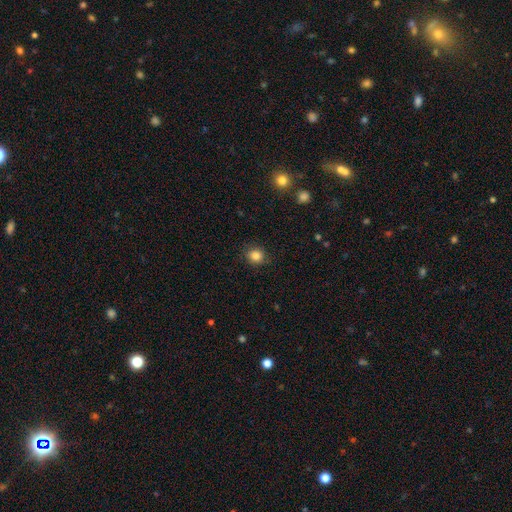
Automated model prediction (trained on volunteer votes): Smooth or featured?
  - smooth: 84% *
  - star or artifact: 11%
  - featured or disk: 5%
How rounded?
  - round: 83% *
  - in between: 16%
  - cigar-shaped: 1%
Merging?
  - none: 86% *
  - minor disturbance: 10%
  - major disturbance: 3%
  - merger: 1%